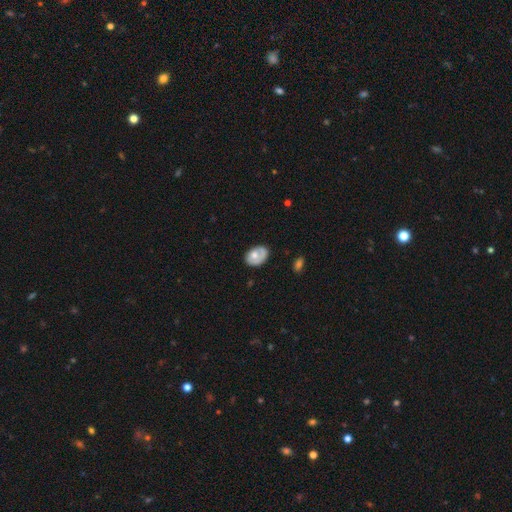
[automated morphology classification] Smooth or featured? smooth (58%)
How rounded? in between (77%)
Merging? none (61%)